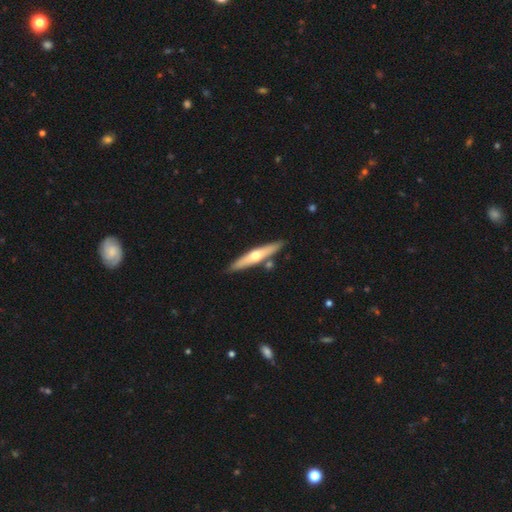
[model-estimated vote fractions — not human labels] Smooth or featured? featured or disk (56%)
Edge-on disk? yes (93%)
Edge-on bulge? rounded (88%)
Merging? none (84%)